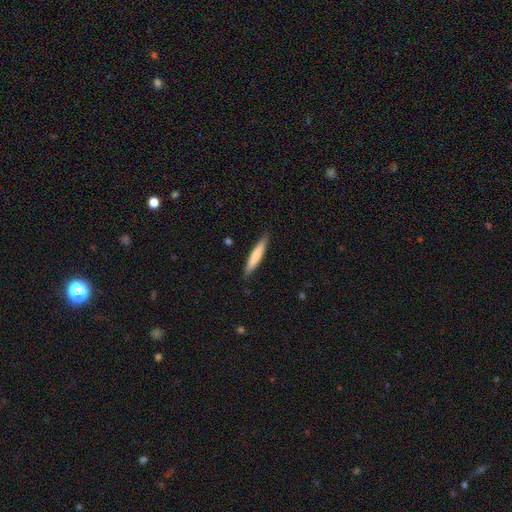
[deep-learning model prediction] The model was most divided on "smooth or featured": smooth: 70%, featured or disk: 24%, star or artifact: 5%. More confident: how rounded — cigar-shaped (93%); merging — none (88%).